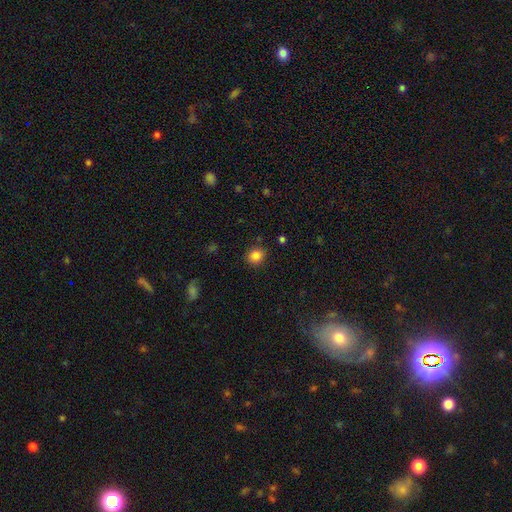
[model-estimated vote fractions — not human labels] Smooth or featured? Predicted: smooth (p=0.84). How rounded? Predicted: round (p=0.76). Merging? Predicted: none (p=0.86).